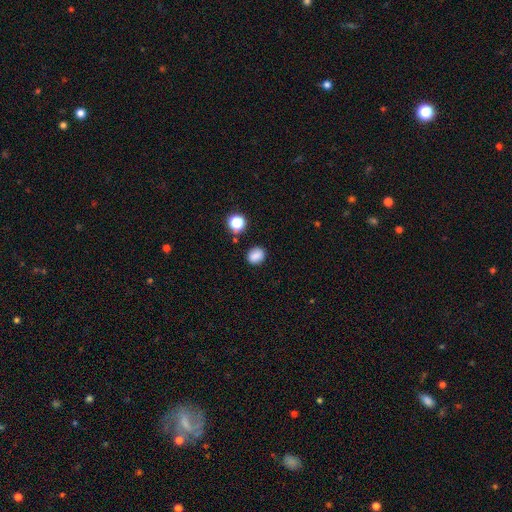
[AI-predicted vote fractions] A smooth galaxy with no disk features (83%) that is round (57%). Merging: none (83%).